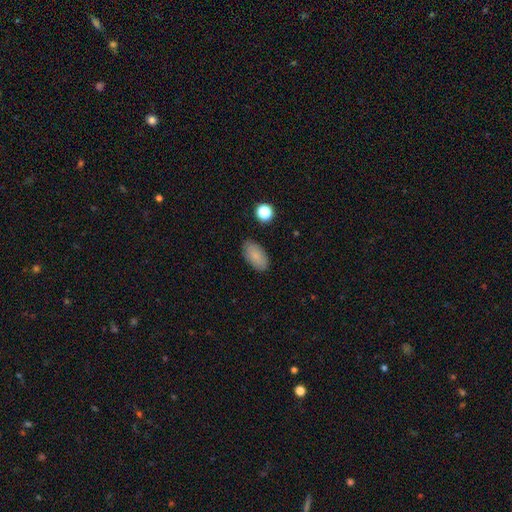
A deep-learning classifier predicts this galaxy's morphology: Smooth or featured? smooth (81%)
How rounded? in between (93%)
Merging? none (86%)